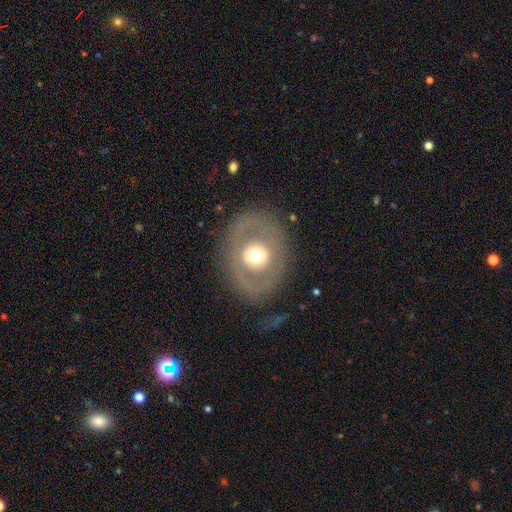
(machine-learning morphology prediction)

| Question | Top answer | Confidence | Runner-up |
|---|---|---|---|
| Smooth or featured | featured or disk | 51% | smooth (41%) |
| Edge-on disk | no | 94% | yes (6%) |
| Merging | none | 80% | minor disturbance (10%) |